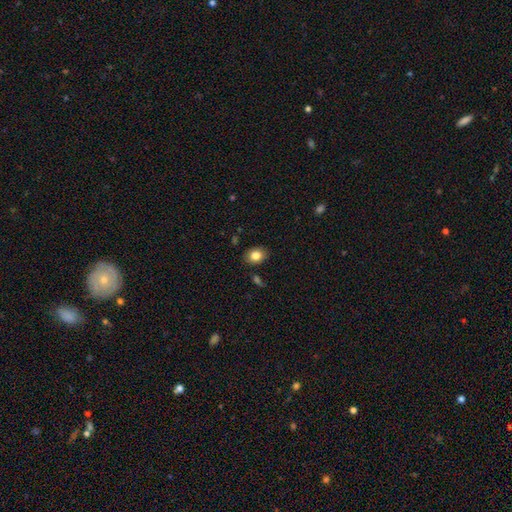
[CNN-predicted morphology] smooth 83%, star or artifact 9%, featured or disk 8%. Down the decision tree: how rounded — in between (63%); merging — none (86%).